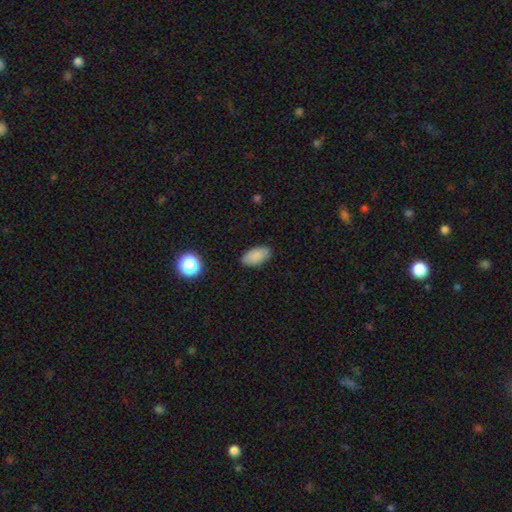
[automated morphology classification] Smooth or featured?
  - smooth: 87% *
  - star or artifact: 8%
  - featured or disk: 5%
How rounded?
  - in between: 93% *
  - cigar-shaped: 3%
  - round: 3%
Merging?
  - none: 88% *
  - minor disturbance: 9%
  - major disturbance: 2%
  - merger: 1%